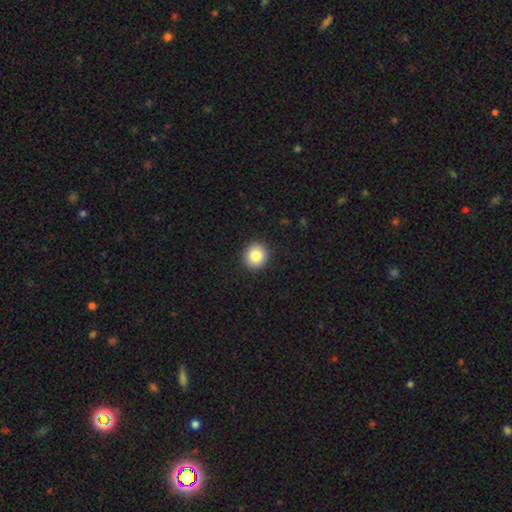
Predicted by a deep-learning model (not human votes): Q: Smooth or featured?
A: smooth (85%); runner-up: star or artifact (9%)
Q: How rounded?
A: round (90%); runner-up: in between (10%)
Q: Merging?
A: none (92%); runner-up: minor disturbance (5%)